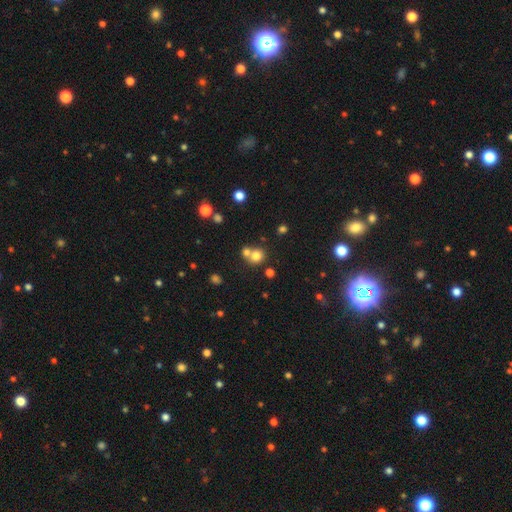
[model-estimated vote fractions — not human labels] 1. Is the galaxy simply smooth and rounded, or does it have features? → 75% smooth, 15% star or artifact, 10% featured or disk.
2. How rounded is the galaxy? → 84% round, 15% in between, 1% cigar-shaped.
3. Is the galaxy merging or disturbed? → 47% none, 43% merger, 7% minor disturbance, 3% major disturbance.